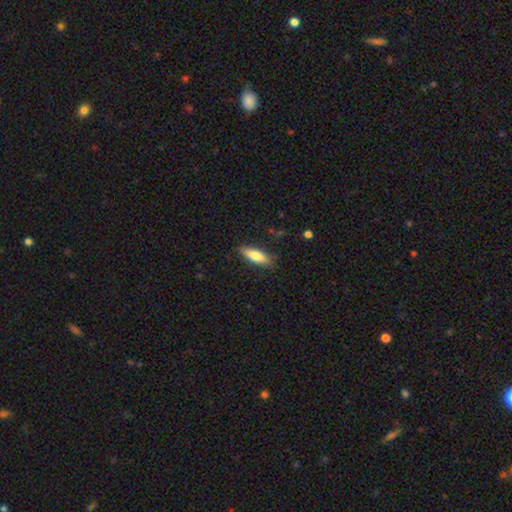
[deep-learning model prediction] Morphology: type=smooth (77%); roundness=in between (55%); merging=none (86%).